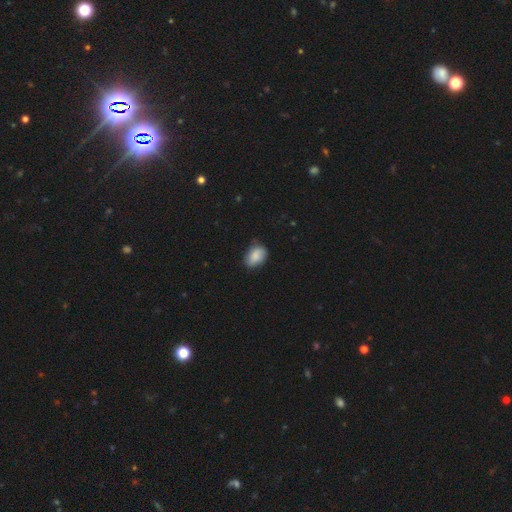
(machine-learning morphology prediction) Smooth or featured? smooth (80%)
How rounded? in between (78%)
Merging? none (71%)